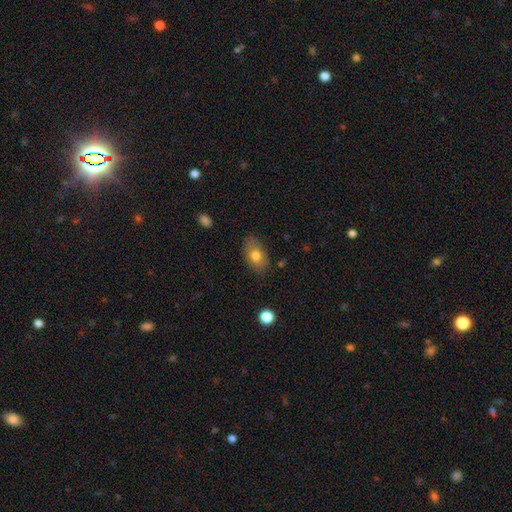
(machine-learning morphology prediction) Q: Smooth or featured?
A: smooth (75%); runner-up: featured or disk (17%)
Q: How rounded?
A: in between (86%); runner-up: round (12%)
Q: Merging?
A: none (78%); runner-up: minor disturbance (16%)